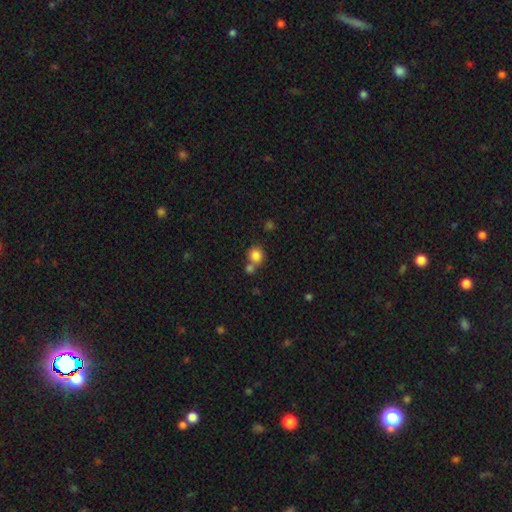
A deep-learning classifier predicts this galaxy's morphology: Smooth or featured? smooth (83%)
How rounded? round (78%)
Merging? none (53%)